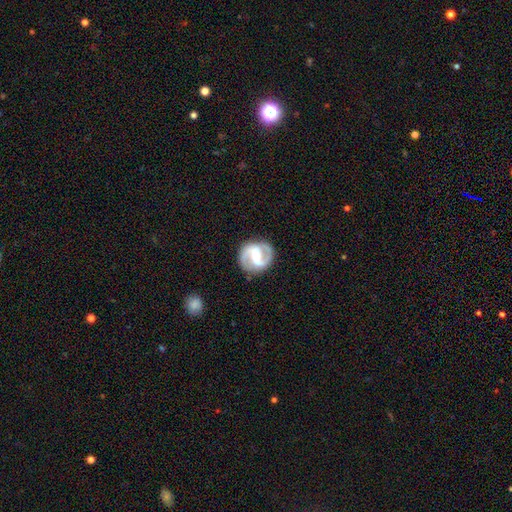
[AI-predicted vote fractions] Smooth or featured? Predicted: featured or disk (p=0.89). Edge-on disk? Predicted: no (p=0.98). Bar? Predicted: strong (p=0.51). Spiral arms? Predicted: yes (p=0.95). Spiral winding? Predicted: medium (p=0.55). Spiral arm count? Predicted: 2 (p=0.93). Bulge size? Predicted: moderate (p=0.58). Merging? Predicted: none (p=0.86).